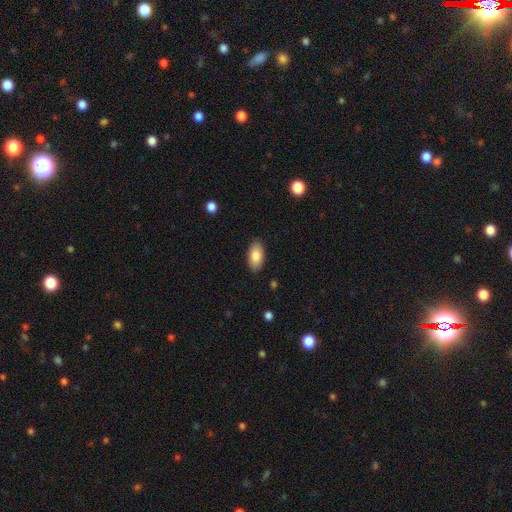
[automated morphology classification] Q: Smooth or featured?
A: smooth (85%); runner-up: featured or disk (8%)
Q: How rounded?
A: in between (94%); runner-up: cigar-shaped (3%)
Q: Merging?
A: none (88%); runner-up: minor disturbance (9%)